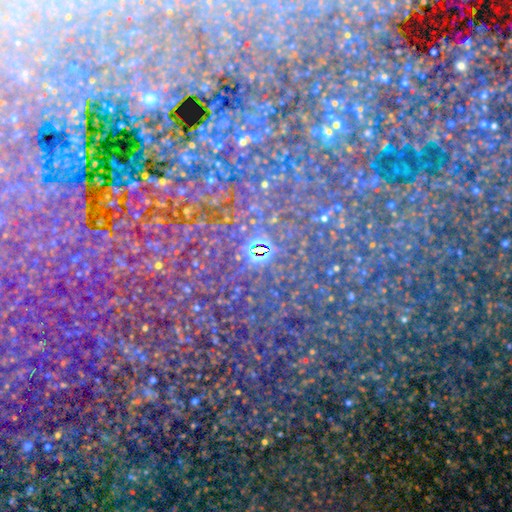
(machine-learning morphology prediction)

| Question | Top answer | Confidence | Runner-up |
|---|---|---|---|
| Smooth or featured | star or artifact | 64% | smooth (22%) |